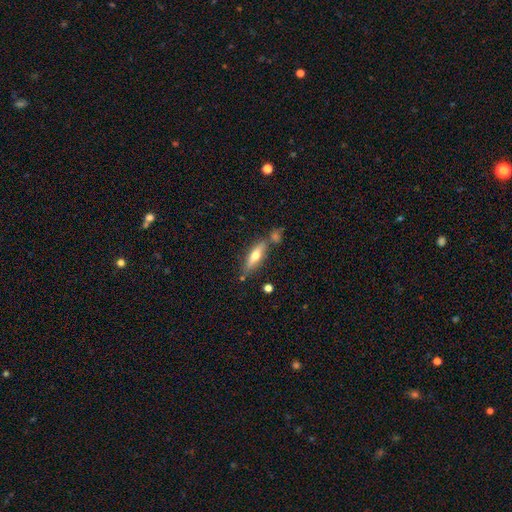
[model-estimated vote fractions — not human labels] This appears to be a smooth galaxy with no disk features (54%) that is cigar-shaped (61%). Merging: none (67%).